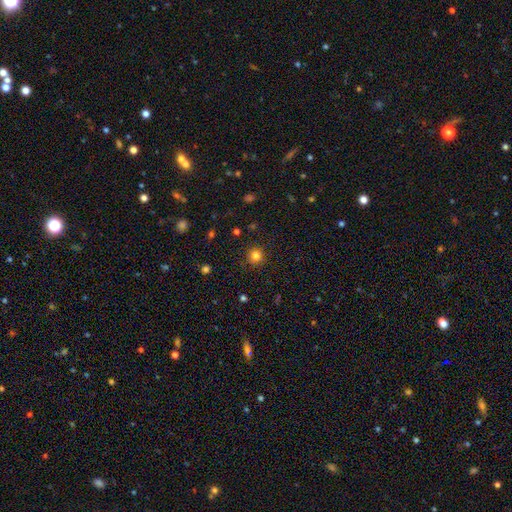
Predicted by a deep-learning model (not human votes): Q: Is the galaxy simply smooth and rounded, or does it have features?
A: smooth — 81%.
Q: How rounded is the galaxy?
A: round — 93%.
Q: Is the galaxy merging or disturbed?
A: none — 89%.